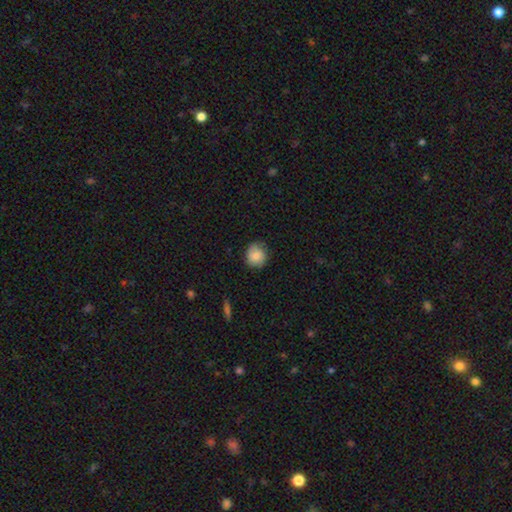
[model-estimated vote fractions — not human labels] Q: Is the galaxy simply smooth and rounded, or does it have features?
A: smooth — 80%.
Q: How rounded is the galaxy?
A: round — 83%.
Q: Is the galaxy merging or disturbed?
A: none — 75%.